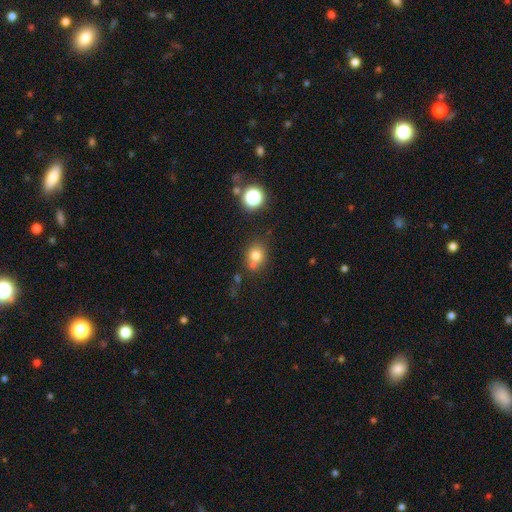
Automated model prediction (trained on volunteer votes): The model was most divided on "merging": none: 63%, merger: 19%, minor disturbance: 13%, major disturbance: 4%. More confident: smooth or featured — smooth (76%); how rounded — round (73%).